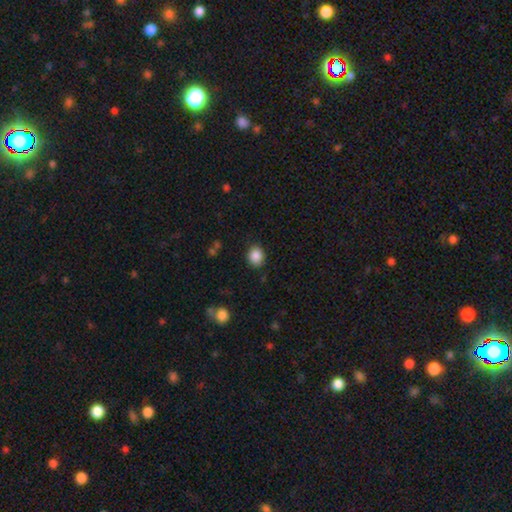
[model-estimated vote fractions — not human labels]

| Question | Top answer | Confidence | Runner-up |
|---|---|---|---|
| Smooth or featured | smooth | 87% | star or artifact (9%) |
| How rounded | round | 58% | in between (42%) |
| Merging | none | 86% | minor disturbance (10%) |